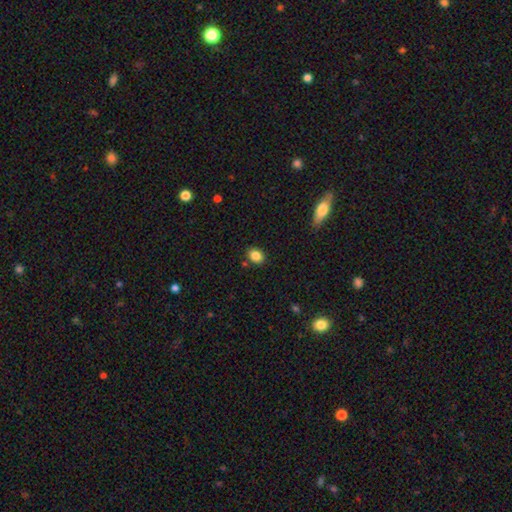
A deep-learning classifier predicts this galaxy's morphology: Smooth or featured: smooth — 86% (star or artifact — 9%)
How rounded: in between — 61% (round — 38%)
Merging: none — 85% (minor disturbance — 9%)